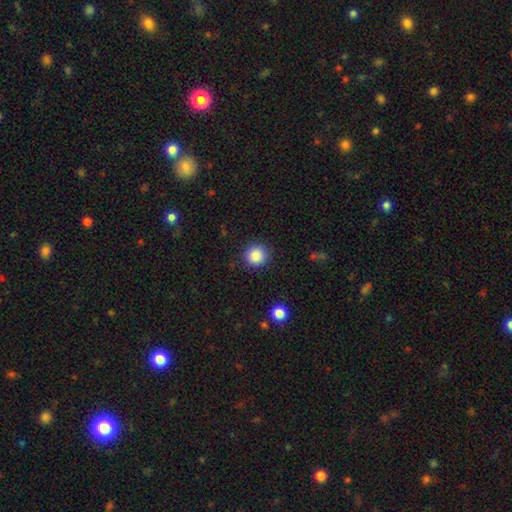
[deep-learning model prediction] smooth 87%, star or artifact 10%, featured or disk 4%. Down the decision tree: how rounded — round (93%); merging — none (90%).